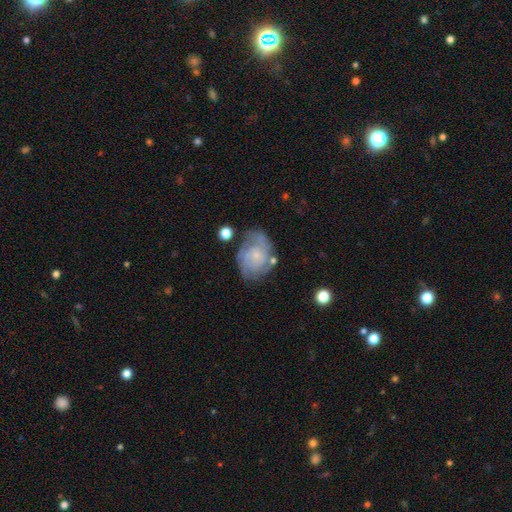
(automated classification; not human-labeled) Overall: featured or disk (77%). Edge-on disk: no (98%). Bar: no (74%). Spiral arms: yes (91%). Spiral arm count: can't tell (32%, tied with 2). Spiral winding: tight (60%; medium 31%). Bulge size: small (78%). Merging: none (63%).